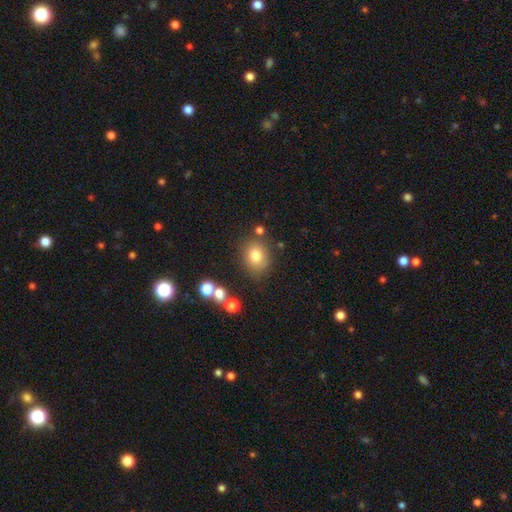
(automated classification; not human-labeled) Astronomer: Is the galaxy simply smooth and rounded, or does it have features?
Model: smooth — 78%.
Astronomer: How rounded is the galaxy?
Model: round — 58% (runner-up: in between, 41%).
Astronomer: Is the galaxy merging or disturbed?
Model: none — 76%.